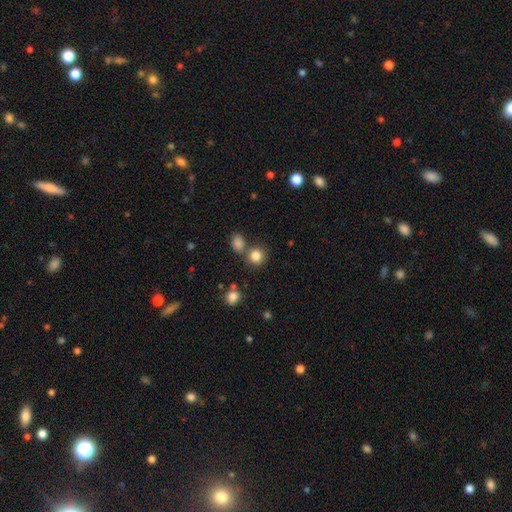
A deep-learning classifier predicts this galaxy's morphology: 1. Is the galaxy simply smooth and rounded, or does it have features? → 83% smooth, 12% star or artifact, 5% featured or disk.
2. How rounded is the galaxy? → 85% round, 14% in between, 1% cigar-shaped.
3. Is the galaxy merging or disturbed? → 68% none, 20% merger, 9% minor disturbance, 3% major disturbance.